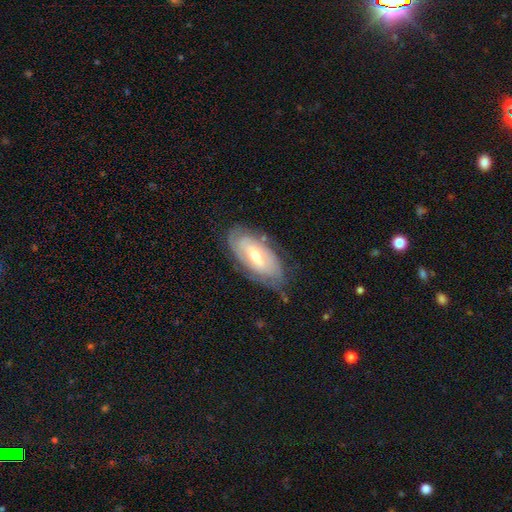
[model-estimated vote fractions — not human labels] smooth_or_featured: featured or disk (p=0.68) [alt: smooth p=0.26]
disk_edge_on: no (p=0.90) [alt: yes p=0.10]
bar: no (p=0.46) [alt: weak p=0.40]
has_spiral_arms: yes (p=0.78) [alt: no p=0.22]
bulge_size: moderate (p=0.61) [alt: small p=0.32]
merging: none (p=0.68) [alt: minor disturbance p=0.23]